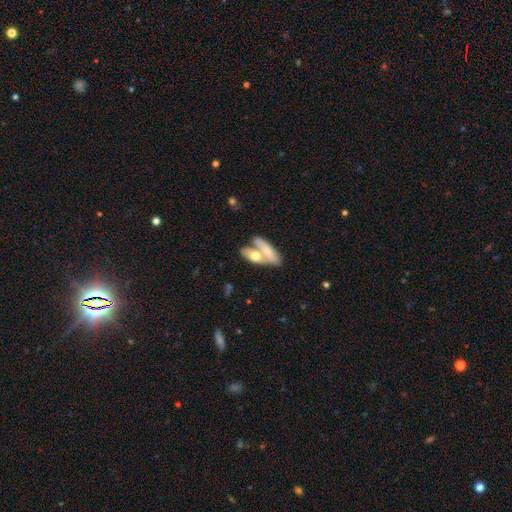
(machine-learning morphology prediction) Overall: smooth (62%; featured or disk 32%). How rounded: in between (67%). Merging: merger (57%; none 30%).